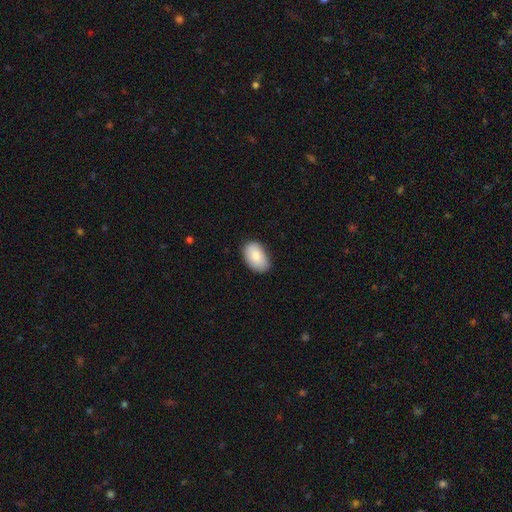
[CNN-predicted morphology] Overall: smooth (85%). How rounded: in between (92%). Merging: none (79%).